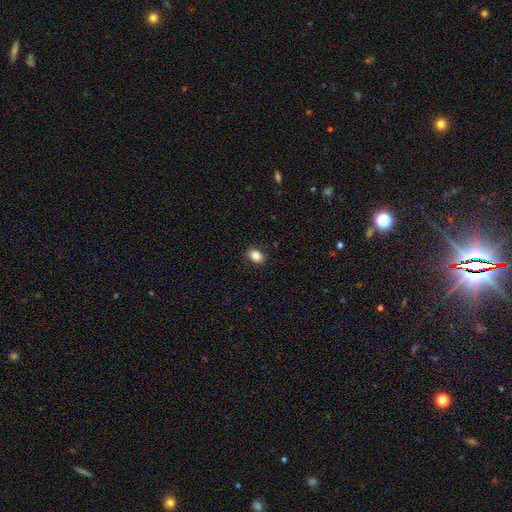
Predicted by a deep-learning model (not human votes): Smooth or featured?
  - smooth: 85% *
  - star or artifact: 9%
  - featured or disk: 5%
How rounded?
  - in between: 72% *
  - round: 27%
  - cigar-shaped: 1%
Merging?
  - none: 89% *
  - minor disturbance: 8%
  - major disturbance: 2%
  - merger: 1%